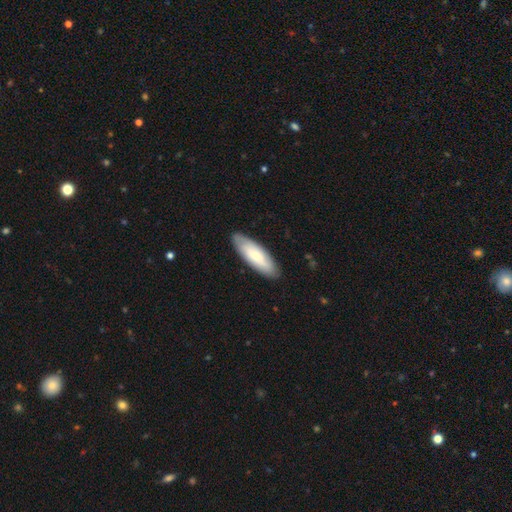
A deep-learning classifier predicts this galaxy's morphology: A smooth galaxy with no disk features (63%) that is in between round and cigar-shaped (59%). Merging: none (86%).